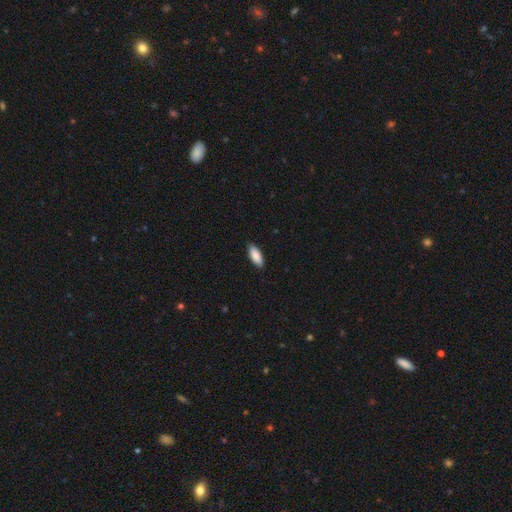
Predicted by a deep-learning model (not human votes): A smooth galaxy with no disk features (89%) that is in between round and cigar-shaped (82%). Merging: none (87%).